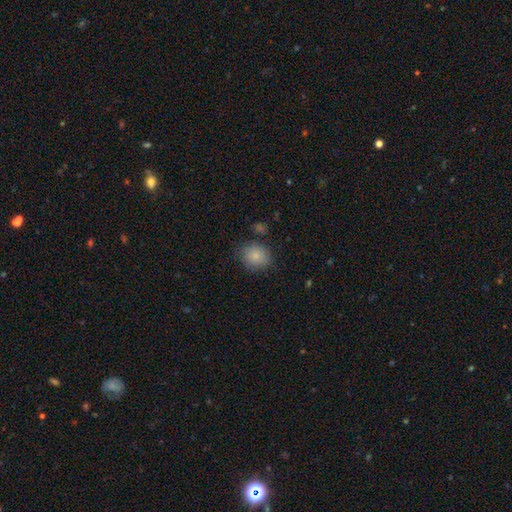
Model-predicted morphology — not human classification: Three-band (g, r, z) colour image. It shows a smooth galaxy with no disk features (84%) that is round (67%). Merging: none (76%).